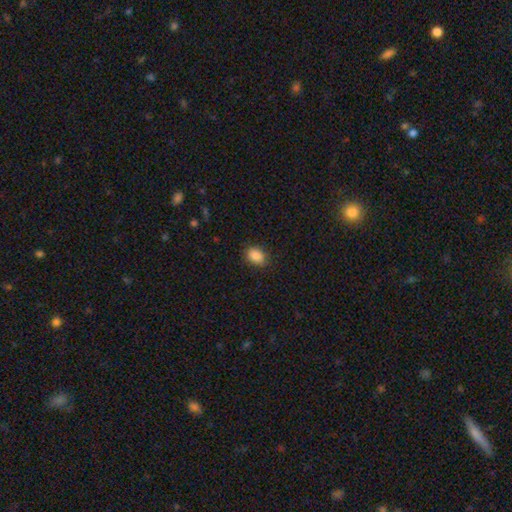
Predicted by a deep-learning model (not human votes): smooth_or_featured: smooth (p=0.88) [alt: star or artifact p=0.09]
how_rounded: in between (p=0.75) [alt: round p=0.23]
merging: none (p=0.84) [alt: minor disturbance p=0.13]